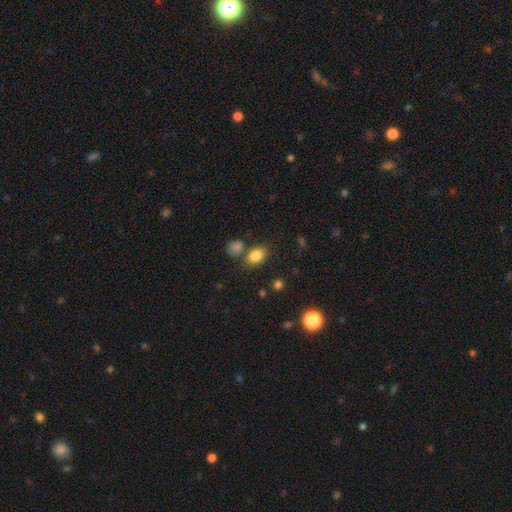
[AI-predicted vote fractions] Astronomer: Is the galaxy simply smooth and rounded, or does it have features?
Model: smooth — 83%.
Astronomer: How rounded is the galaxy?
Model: in between — 76%.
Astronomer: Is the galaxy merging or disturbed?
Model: none — 67%.